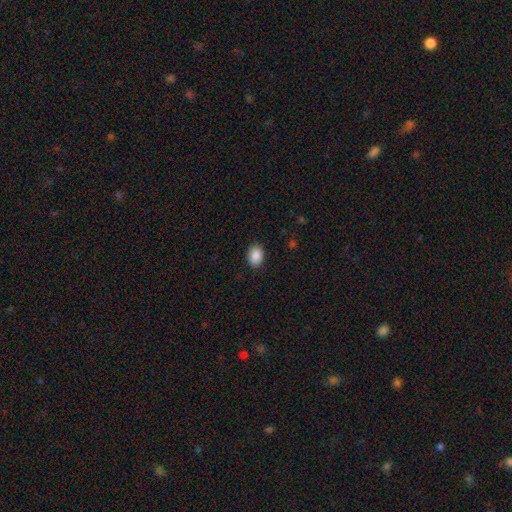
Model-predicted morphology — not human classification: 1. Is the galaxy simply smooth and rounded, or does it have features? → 89% smooth, 8% star or artifact, 3% featured or disk.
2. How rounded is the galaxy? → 71% in between, 28% round, 1% cigar-shaped.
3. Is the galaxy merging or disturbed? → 89% none, 8% minor disturbance, 2% major disturbance, 1% merger.